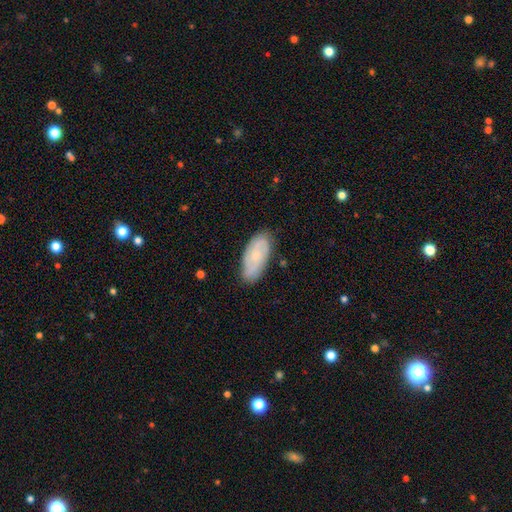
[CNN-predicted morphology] smooth_or_featured: featured or disk (p=0.48) [alt: smooth p=0.45]
merging: none (p=0.79) [alt: minor disturbance p=0.17]